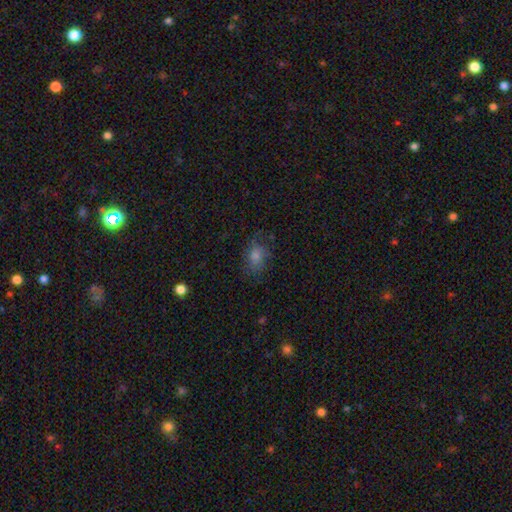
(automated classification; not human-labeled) A smooth galaxy with no disk features (64%) that is in between round and cigar-shaped (66%).

Vote fractions:
- Smooth or featured? smooth: 64% / featured or disk: 18% / star or artifact: 18%
- How rounded? in between: 66% / round: 32% / cigar-shaped: 2%
- Merging? none: 69% / minor disturbance: 20% / major disturbance: 9% / merger: 1%